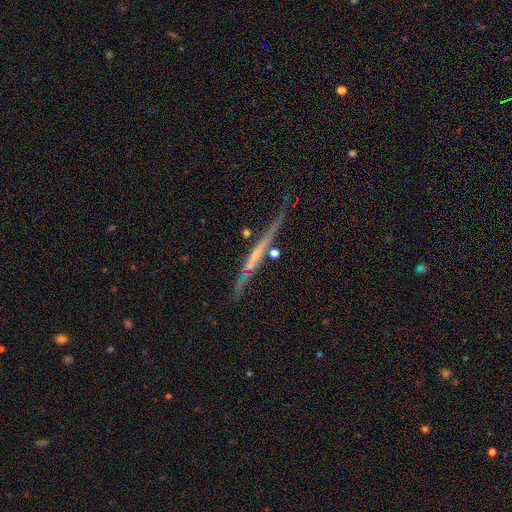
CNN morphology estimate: type=featured or disk (71%); edge-on=yes (94%); edge-on bulge=none (70%); merging=none (73%).